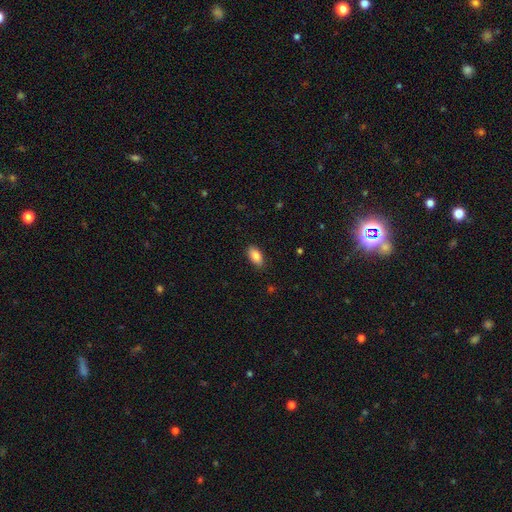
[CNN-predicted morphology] smooth-or-featured: smooth: 86% | star or artifact: 7% | featured or disk: 6%
  how-rounded: in between: 92% | cigar-shaped: 5% | round: 3%
  merging: none: 85% | minor disturbance: 11% | major disturbance: 2% | merger: 1%